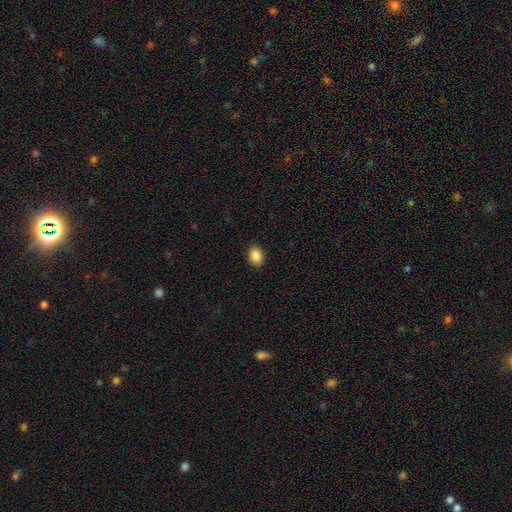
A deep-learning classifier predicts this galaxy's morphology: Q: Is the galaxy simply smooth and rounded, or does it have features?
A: smooth — 87%.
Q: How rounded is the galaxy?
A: in between — 62%.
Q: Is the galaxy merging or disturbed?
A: none — 90%.